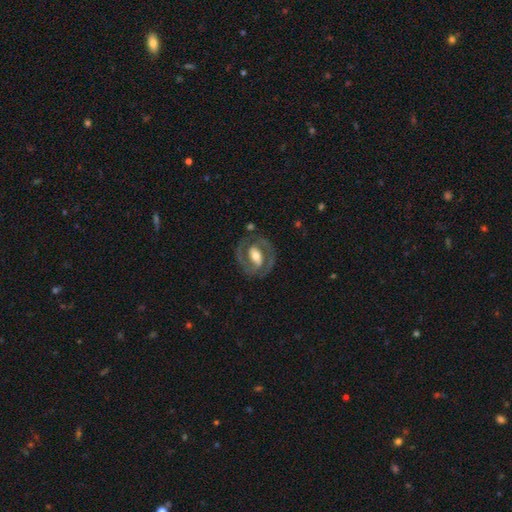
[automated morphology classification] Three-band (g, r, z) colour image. It shows a featured or disk galaxy (79%) with a strong bar (41%), 2 (84%) tight (45%) spiral arms (78%) and a moderate central bulge (62%). Merging: none (76%).